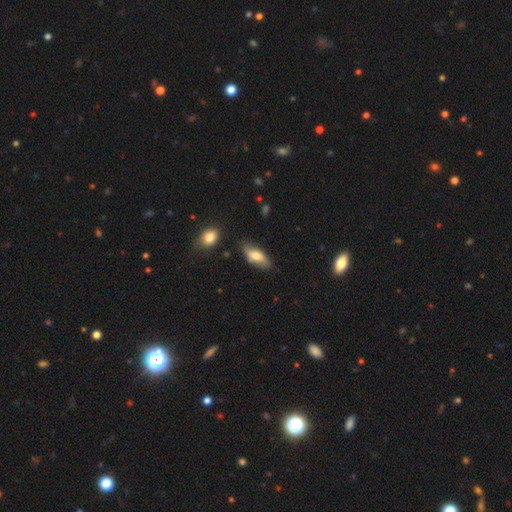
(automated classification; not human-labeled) Overall: smooth (70%). How rounded: in between (79%). Merging: none (74%).